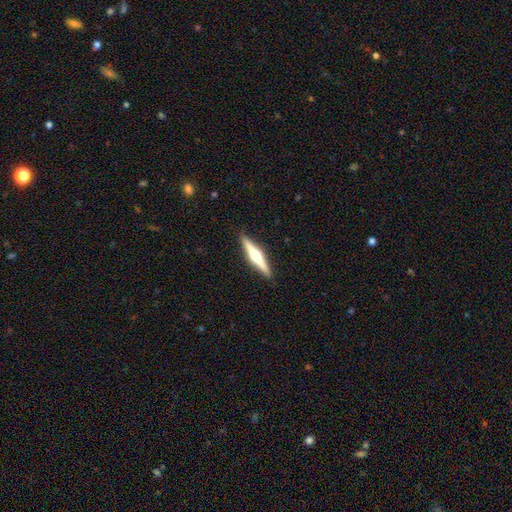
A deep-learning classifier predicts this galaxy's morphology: This appears to be a featured or disk galaxy (71%) viewed edge-on (98%) with a rounded central bulge (93%). Merging: none (91%).